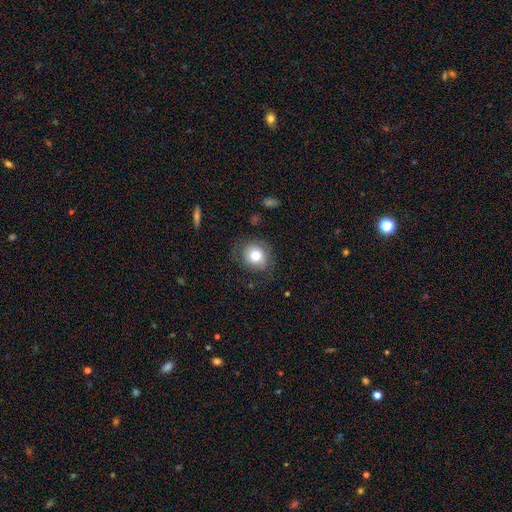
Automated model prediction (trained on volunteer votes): Smooth or featured?
  - smooth: 75% *
  - featured or disk: 15%
  - star or artifact: 10%
How rounded?
  - round: 83% *
  - in between: 16%
  - cigar-shaped: 1%
Merging?
  - none: 75% *
  - minor disturbance: 17%
  - major disturbance: 7%
  - merger: 1%